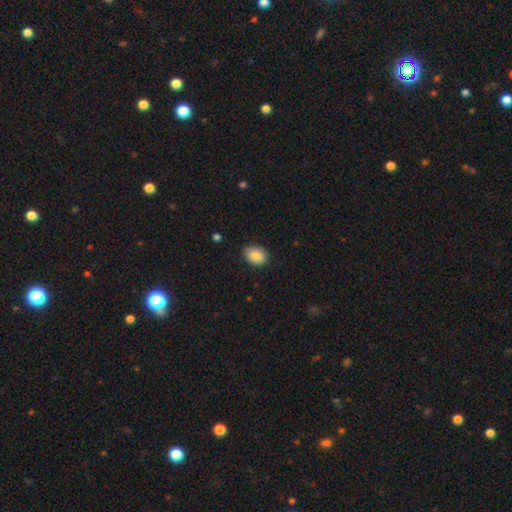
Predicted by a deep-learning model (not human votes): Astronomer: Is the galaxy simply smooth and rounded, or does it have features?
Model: smooth — 87%.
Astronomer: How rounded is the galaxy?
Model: in between — 76%.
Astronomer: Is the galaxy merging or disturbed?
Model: none — 84%.